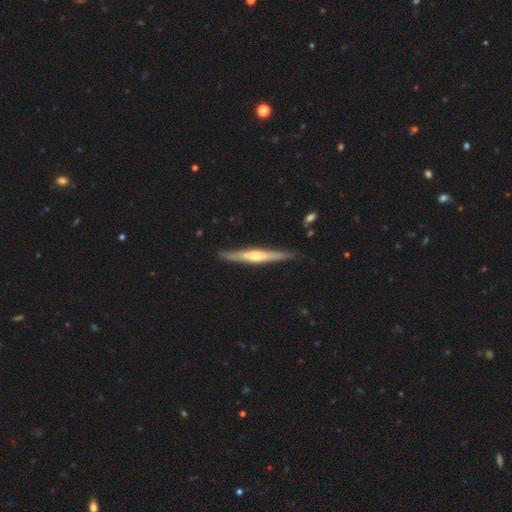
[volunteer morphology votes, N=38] Smooth or featured? 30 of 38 (79%) said featured or disk. Edge-on disk? 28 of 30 (93%) said yes. Edge-on bulge? 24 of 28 (86%) said rounded. Merging? 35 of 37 (95%) said none.